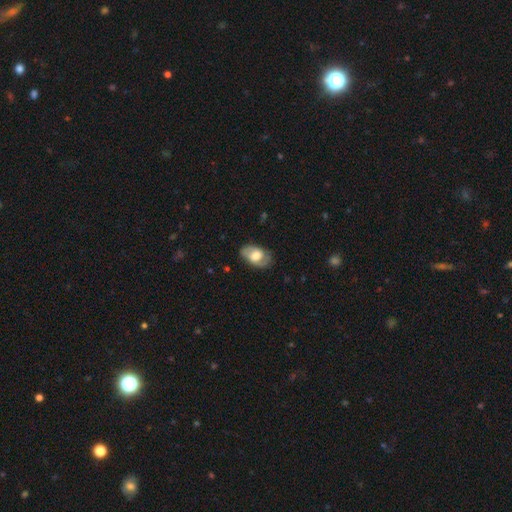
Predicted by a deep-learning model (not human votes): Q: Smooth or featured?
A: featured or disk (52%); runner-up: smooth (42%)
Q: Edge-on disk?
A: no (94%); runner-up: yes (6%)
Q: Merging?
A: none (75%); runner-up: minor disturbance (18%)